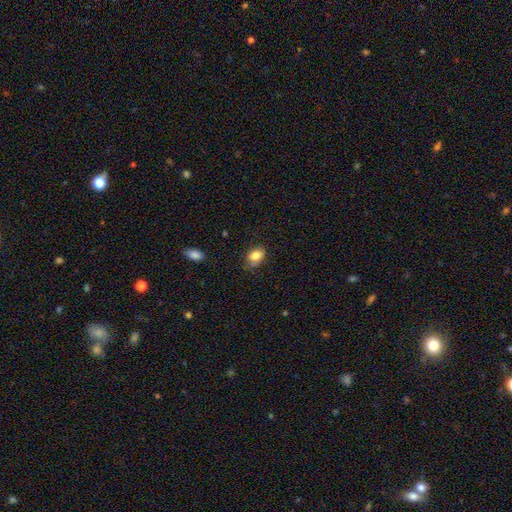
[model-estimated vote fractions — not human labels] A smooth galaxy with no disk features (83%) that is in between round and cigar-shaped (76%).

Vote fractions:
- Smooth or featured? smooth: 83% / star or artifact: 9% / featured or disk: 8%
- How rounded? in between: 76% / round: 22% / cigar-shaped: 1%
- Merging? none: 66% / minor disturbance: 27% / major disturbance: 6% / merger: 2%